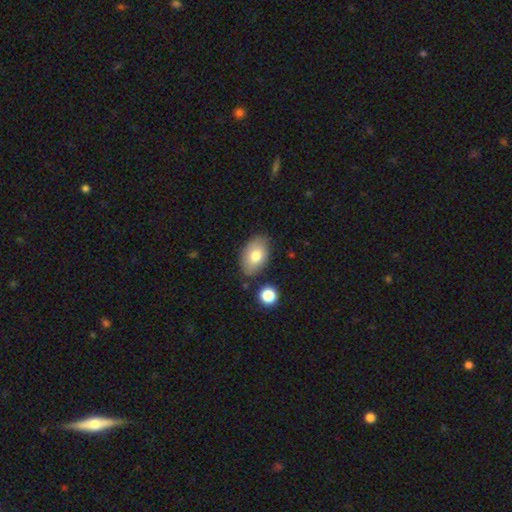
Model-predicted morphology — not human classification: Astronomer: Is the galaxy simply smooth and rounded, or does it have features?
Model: smooth — 76%.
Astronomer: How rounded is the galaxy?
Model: in between — 90%.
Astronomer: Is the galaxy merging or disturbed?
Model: none — 77%.